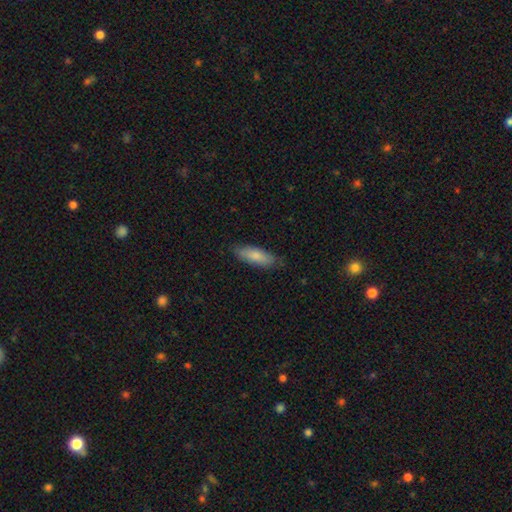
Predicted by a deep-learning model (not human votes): Q: Smooth or featured?
A: smooth (82%); runner-up: featured or disk (13%)
Q: How rounded?
A: in between (59%); runner-up: cigar-shaped (40%)
Q: Merging?
A: none (82%); runner-up: minor disturbance (15%)